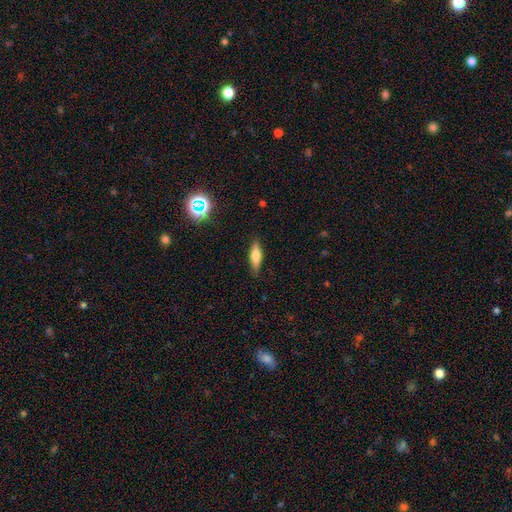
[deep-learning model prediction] smooth-or-featured: smooth: 57% | featured or disk: 35% | star or artifact: 8%
  how-rounded: cigar-shaped: 61% | in between: 37% | round: 2%
  merging: none: 87% | minor disturbance: 9% | major disturbance: 2% | merger: 1%